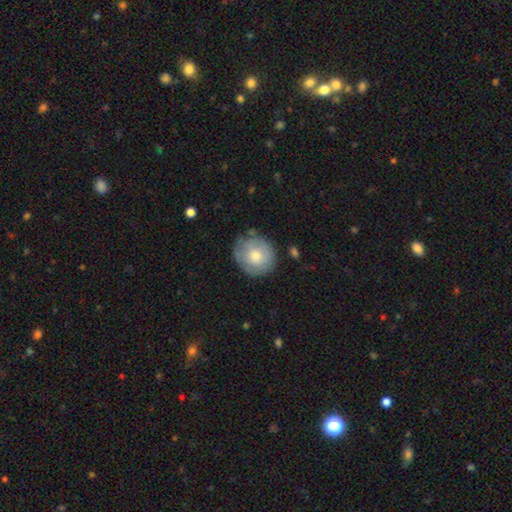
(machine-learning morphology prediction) type=smooth (65%); roundness=round (85%); merging=none (76%).